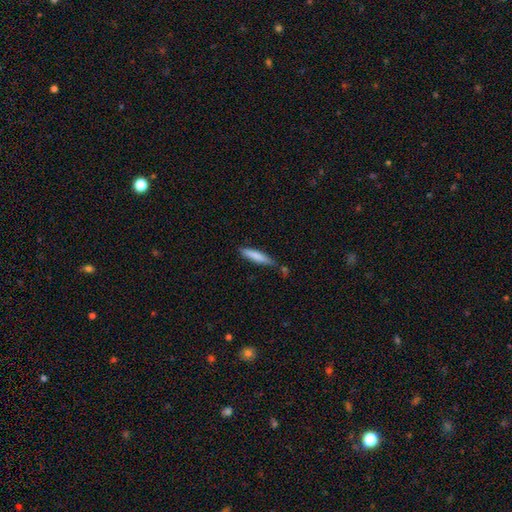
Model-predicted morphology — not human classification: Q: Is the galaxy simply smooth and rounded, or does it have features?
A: smooth — 80%.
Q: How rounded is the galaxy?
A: cigar-shaped — 88%.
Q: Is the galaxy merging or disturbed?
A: none — 69%.